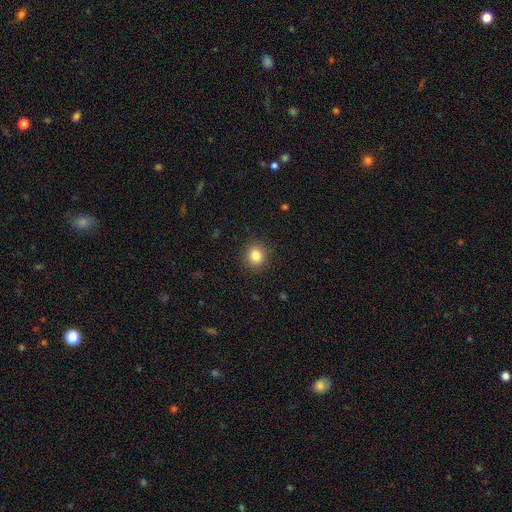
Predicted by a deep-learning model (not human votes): smooth-or-featured: smooth: 84% | star or artifact: 11% | featured or disk: 6%
  how-rounded: round: 85% | in between: 14% | cigar-shaped: 1%
  merging: none: 91% | minor disturbance: 6% | major disturbance: 2% | merger: 1%